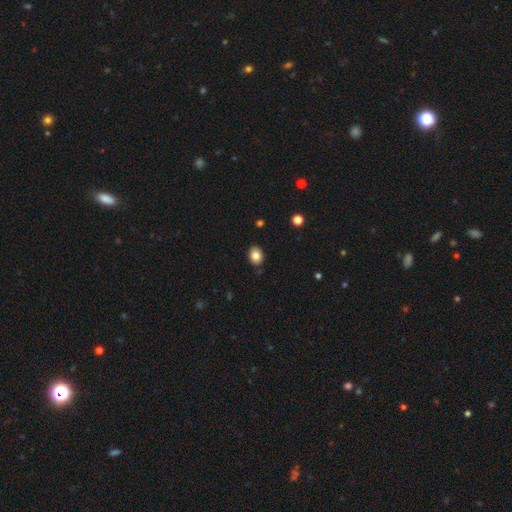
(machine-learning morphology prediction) Smooth or featured: smooth — 84% (star or artifact — 9%)
How rounded: in between — 55% (round — 45%)
Merging: none — 87% (minor disturbance — 10%)